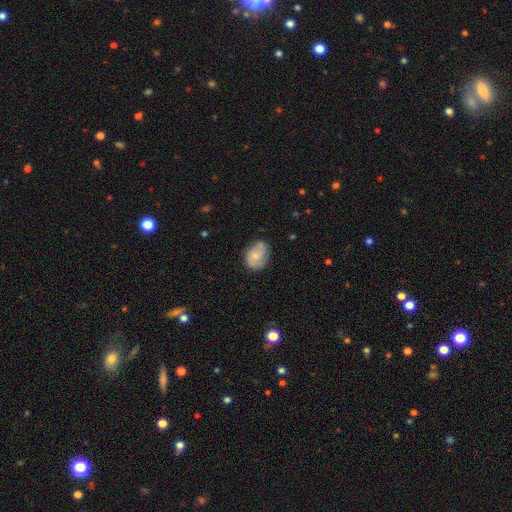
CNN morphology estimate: Overall: smooth (55%; featured or disk 38%). How rounded: in between (64%; round 35%). Merging: none (66%).